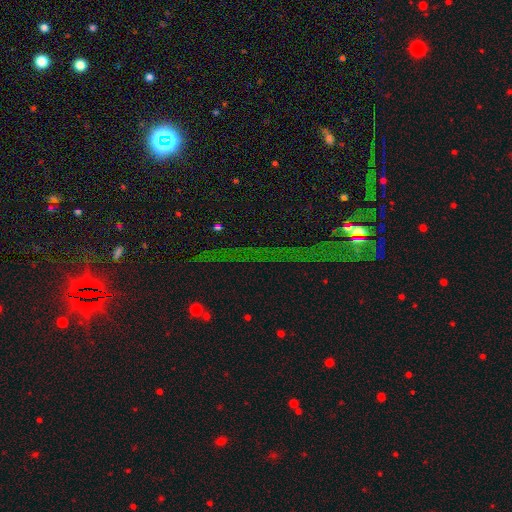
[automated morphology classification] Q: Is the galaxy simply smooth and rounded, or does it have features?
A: star or artifact — 74%.